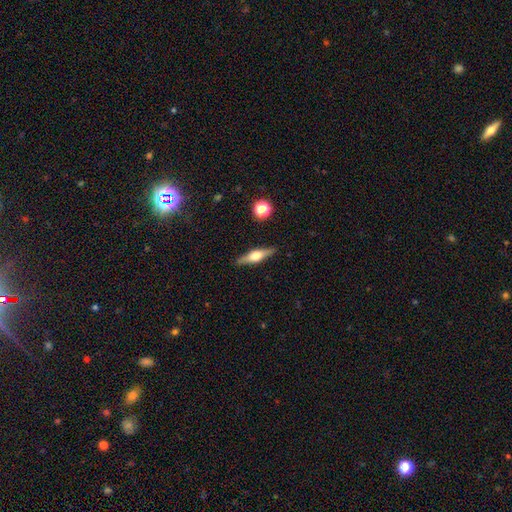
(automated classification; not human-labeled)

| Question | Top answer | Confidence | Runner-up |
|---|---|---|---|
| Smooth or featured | featured or disk | 62% | smooth (31%) |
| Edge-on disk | yes | 96% | no (4%) |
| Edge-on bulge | rounded | 92% | boxy (6%) |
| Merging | none | 89% | minor disturbance (8%) |